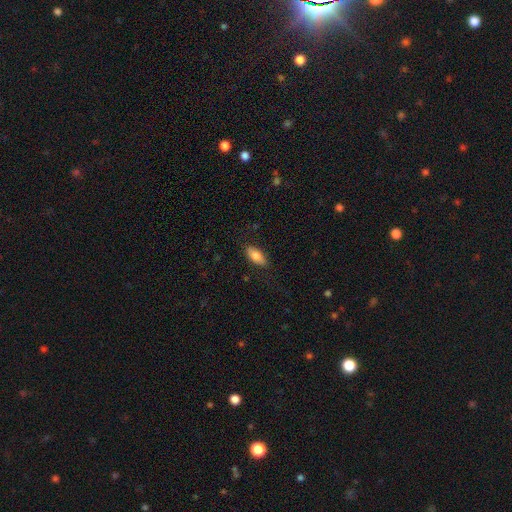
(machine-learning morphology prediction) A smooth galaxy with no disk features (81%) that is in between round and cigar-shaped (86%).

Vote fractions:
- Smooth or featured? smooth: 81% / featured or disk: 13% / star or artifact: 7%
- How rounded? in between: 86% / cigar-shaped: 12% / round: 2%
- Merging? none: 84% / minor disturbance: 12% / major disturbance: 3% / merger: 1%